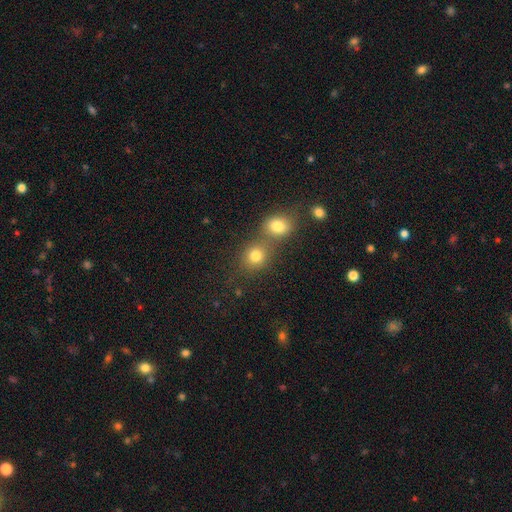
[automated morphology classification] smooth 79%, star or artifact 14%, featured or disk 7%. Down the decision tree: how rounded — round (79%); merging — none (49%).